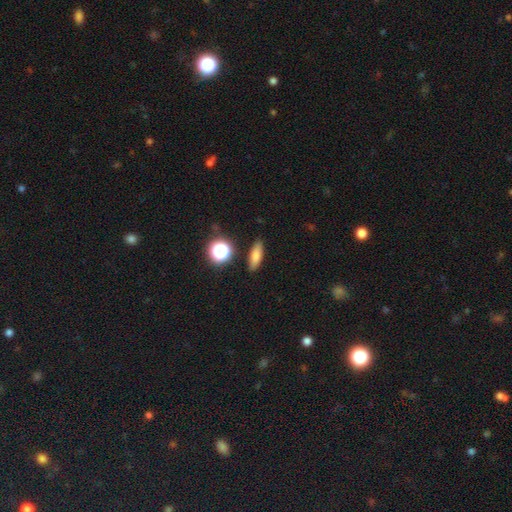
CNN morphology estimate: This appears to be a smooth galaxy with no disk features (74%) that is in between round and cigar-shaped (53%). Merging: none (85%).